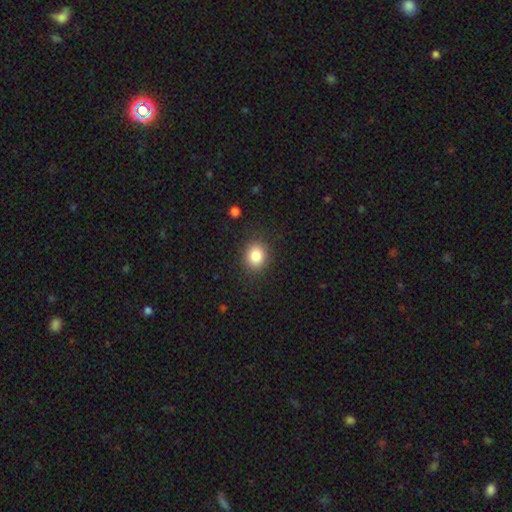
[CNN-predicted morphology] Smooth or featured: smooth — 84% (star or artifact — 10%)
How rounded: round — 68% (in between — 31%)
Merging: none — 88% (minor disturbance — 8%)